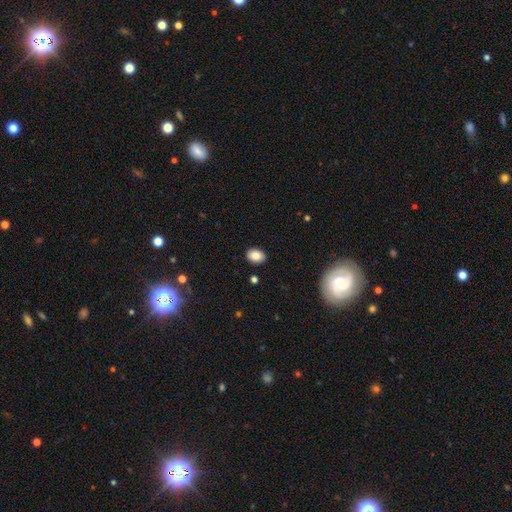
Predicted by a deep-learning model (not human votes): Smooth or featured?
  - smooth: 85% *
  - star or artifact: 9%
  - featured or disk: 6%
How rounded?
  - in between: 68% *
  - round: 31%
  - cigar-shaped: 1%
Merging?
  - none: 89% *
  - minor disturbance: 8%
  - major disturbance: 2%
  - merger: 1%